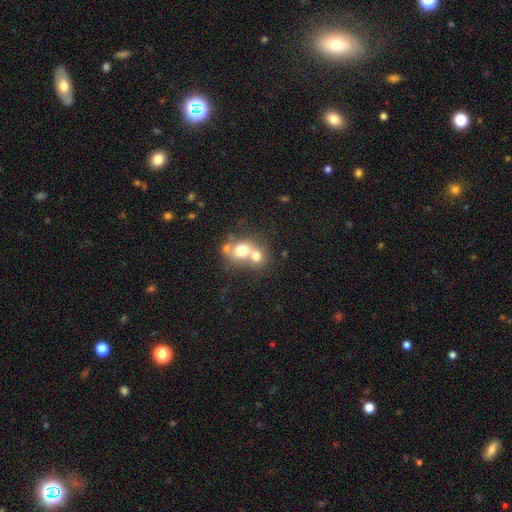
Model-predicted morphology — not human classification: A smooth galaxy with no disk features (69%) that is round (69%).

Vote fractions:
- Smooth or featured? smooth: 69% / featured or disk: 20% / star or artifact: 11%
- How rounded? round: 69% / in between: 30% / cigar-shaped: 1%
- Merging? merger: 63% / none: 27% / minor disturbance: 6% / major disturbance: 3%